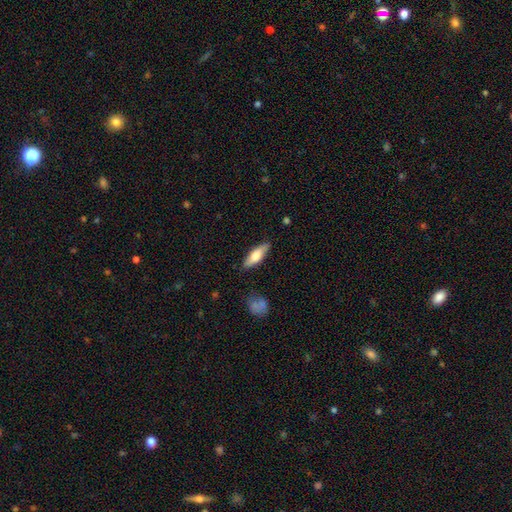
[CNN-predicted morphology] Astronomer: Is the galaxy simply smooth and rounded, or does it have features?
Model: smooth — 60%.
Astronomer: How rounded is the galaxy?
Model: in between — 49%, tied with cigar-shaped at 49%.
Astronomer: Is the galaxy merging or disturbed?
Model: none — 83%.